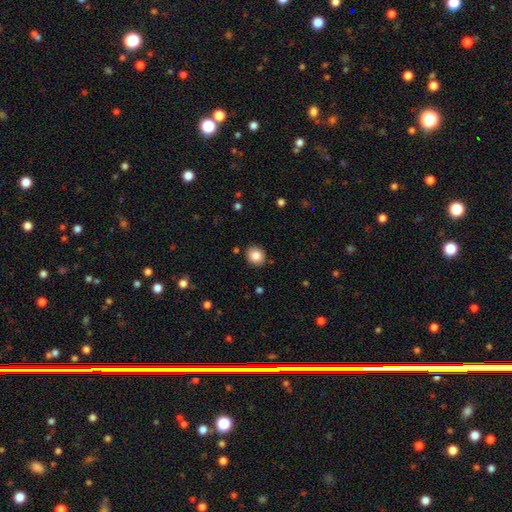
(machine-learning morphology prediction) The model was most divided on "how rounded": round: 80%, in between: 19%, cigar-shaped: 1%. More confident: merging — none (88%); smooth or featured — smooth (85%).